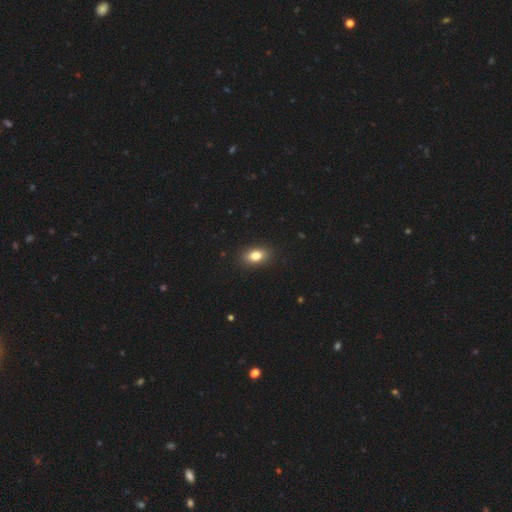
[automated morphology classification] Q: Smooth or featured?
A: smooth (81%); runner-up: star or artifact (9%)
Q: How rounded?
A: in between (83%); runner-up: round (15%)
Q: Merging?
A: none (90%); runner-up: minor disturbance (7%)